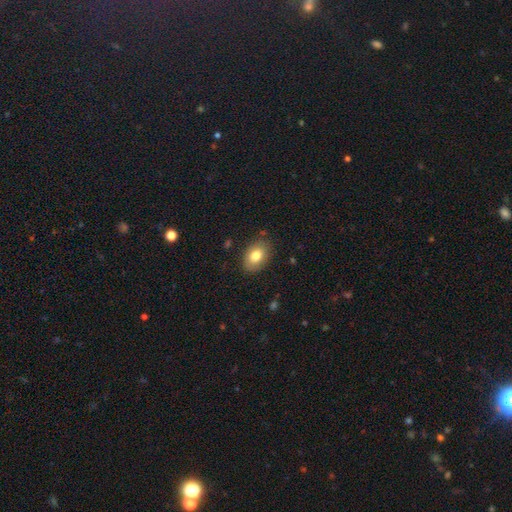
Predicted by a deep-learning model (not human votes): smooth-or-featured: smooth: 80% | featured or disk: 12% | star or artifact: 8%
  how-rounded: in between: 84% | round: 14% | cigar-shaped: 1%
  merging: none: 84% | minor disturbance: 12% | major disturbance: 3% | merger: 1%